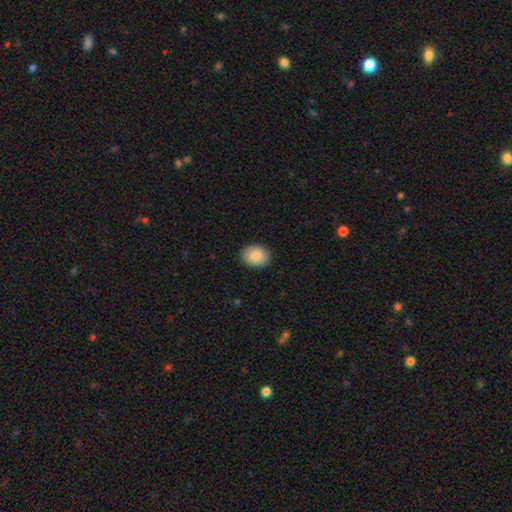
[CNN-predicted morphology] type=smooth (89%); roundness=in between (50%); merging=none (89%).